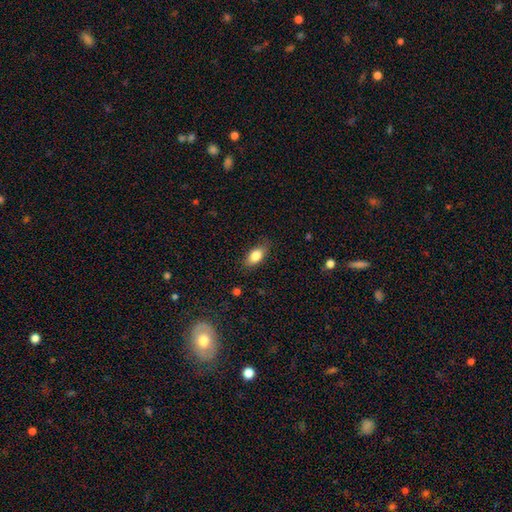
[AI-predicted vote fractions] Overall: smooth (83%). How rounded: in between (87%). Merging: none (82%).